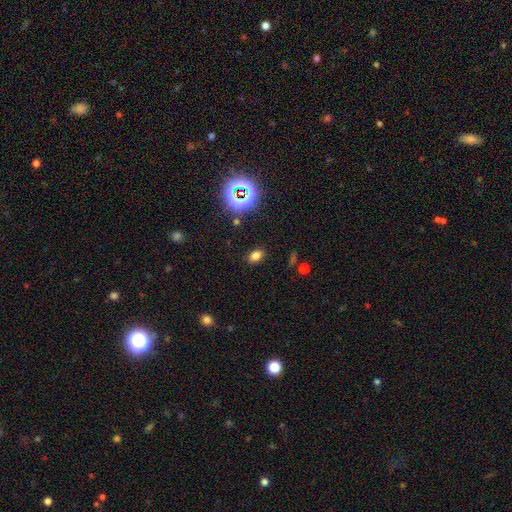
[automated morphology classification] A smooth galaxy with no disk features (72%) that is in between round and cigar-shaped (79%). Merging: none (86%).